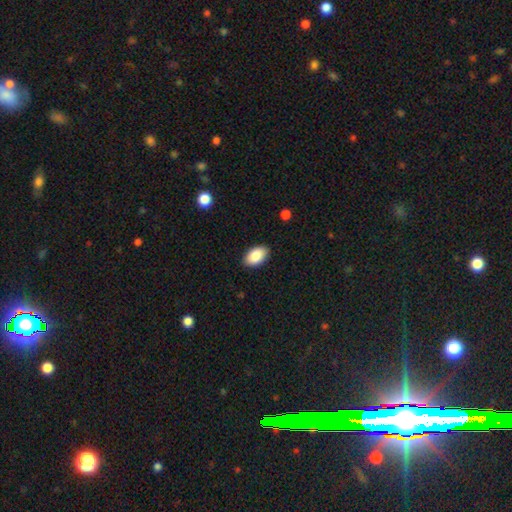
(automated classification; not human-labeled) A smooth galaxy with no disk features (88%) that is in between round and cigar-shaped (94%).

Vote fractions:
- Smooth or featured? smooth: 88% / star or artifact: 7% / featured or disk: 6%
- How rounded? in between: 94% / round: 5% / cigar-shaped: 1%
- Merging? none: 88% / minor disturbance: 9% / major disturbance: 2% / merger: 1%